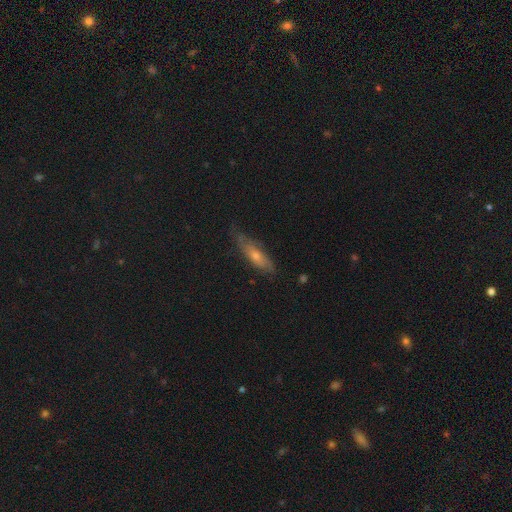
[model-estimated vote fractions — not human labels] This appears to be a featured or disk galaxy (49%). Merging: none (67%).